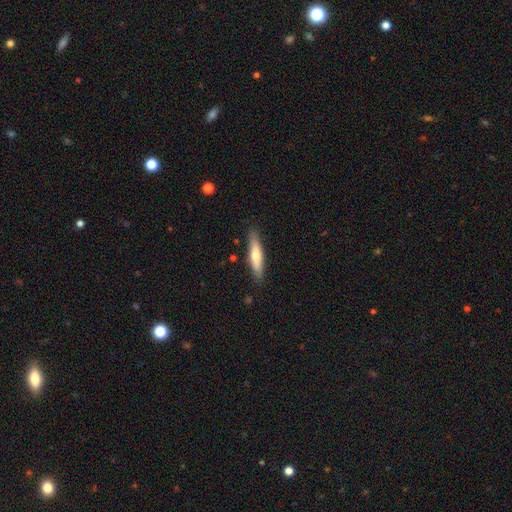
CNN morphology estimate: smooth 61%, featured or disk 33%, star or artifact 6%. Down the decision tree: how rounded — cigar-shaped (82%); merging — none (86%).